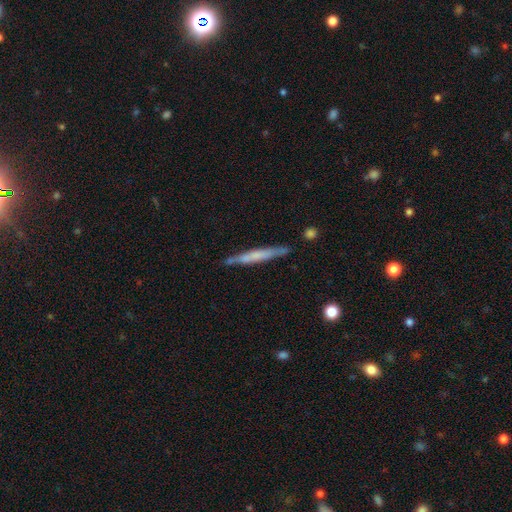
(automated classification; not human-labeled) Overall: featured or disk (50%; smooth 44%). Merging: none (81%).